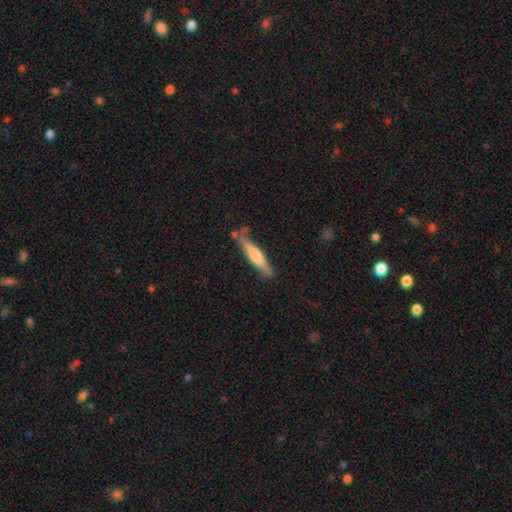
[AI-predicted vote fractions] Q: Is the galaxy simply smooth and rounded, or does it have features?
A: smooth — 54%.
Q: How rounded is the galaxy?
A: cigar-shaped — 88%.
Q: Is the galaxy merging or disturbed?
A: none — 71%.